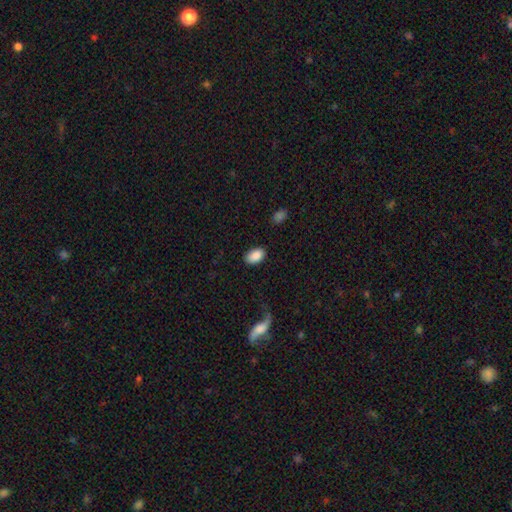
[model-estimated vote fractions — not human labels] This is clearly a smooth galaxy (88%). How rounded: clearly in between (91%). Merging: clearly none (84%).